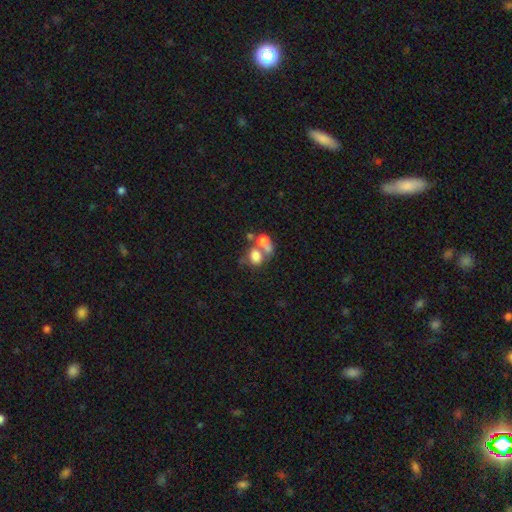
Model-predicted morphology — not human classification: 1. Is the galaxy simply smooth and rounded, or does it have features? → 66% smooth, 21% featured or disk, 13% star or artifact.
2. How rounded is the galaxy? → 59% round, 40% in between, 1% cigar-shaped.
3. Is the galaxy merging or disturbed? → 56% merger, 27% none, 8% minor disturbance, 8% major disturbance.